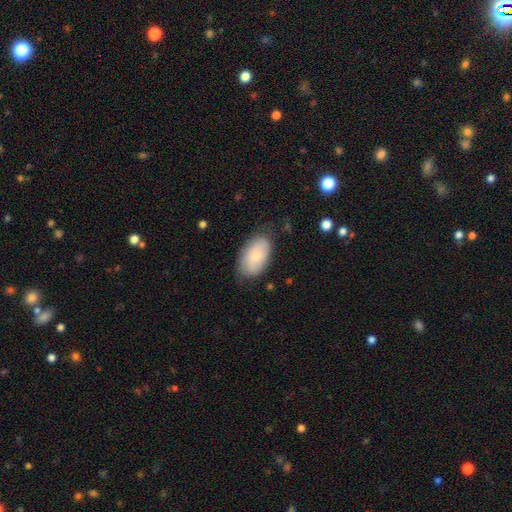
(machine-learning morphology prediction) Smooth or featured: smooth — 77% (featured or disk — 17%)
How rounded: in between — 94% (round — 5%)
Merging: none — 75% (minor disturbance — 20%)